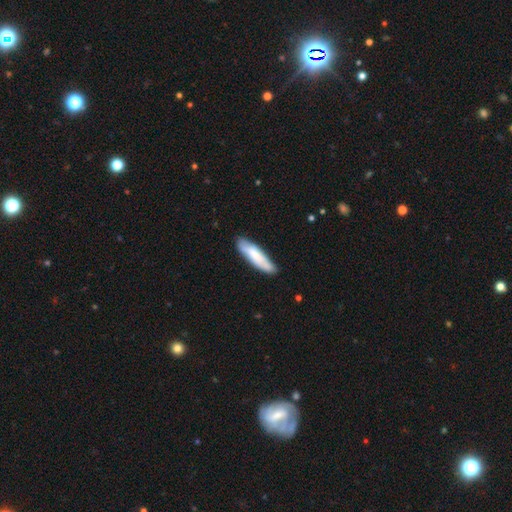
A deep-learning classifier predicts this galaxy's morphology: The model was most divided on "how rounded": cigar-shaped: 68%, in between: 31%, round: 1%. More confident: merging — none (80%); smooth or featured — smooth (72%).